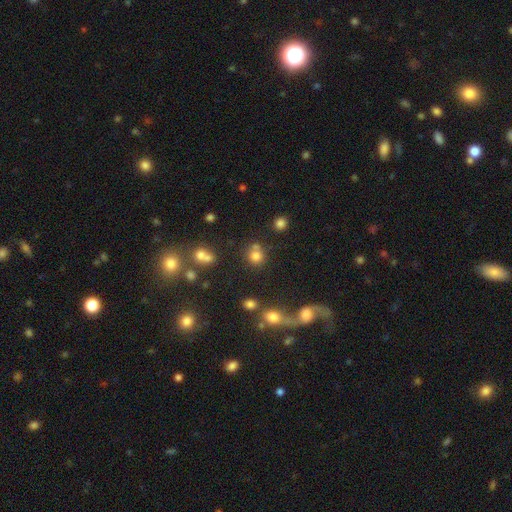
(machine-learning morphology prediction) A smooth galaxy with no disk features (75%) that is round (87%).

Vote fractions:
- Smooth or featured? smooth: 75% / star or artifact: 16% / featured or disk: 9%
- How rounded? round: 87% / in between: 12% / cigar-shaped: 1%
- Merging? none: 61% / merger: 24% / minor disturbance: 10% / major disturbance: 5%